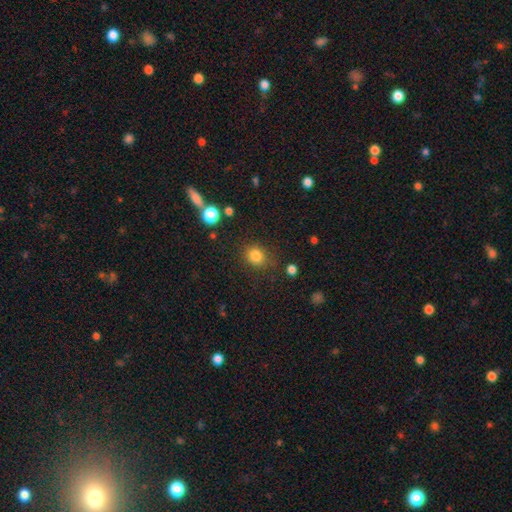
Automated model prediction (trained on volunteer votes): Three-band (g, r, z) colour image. It shows a smooth galaxy with no disk features (83%) that is round (77%). Merging: none (81%).